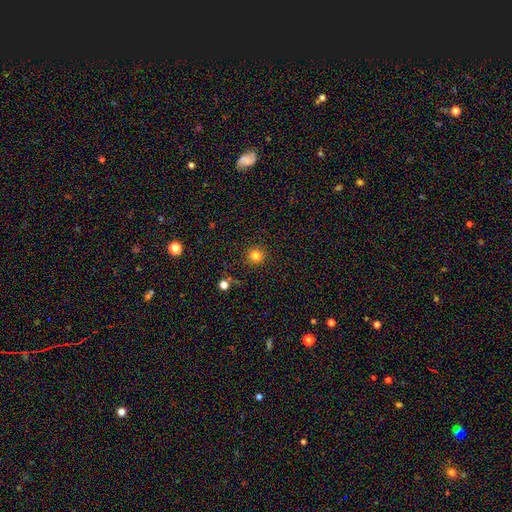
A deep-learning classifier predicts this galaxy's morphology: Q: Smooth or featured?
A: smooth (81%); runner-up: star or artifact (14%)
Q: How rounded?
A: round (94%); runner-up: in between (5%)
Q: Merging?
A: none (89%); runner-up: minor disturbance (7%)